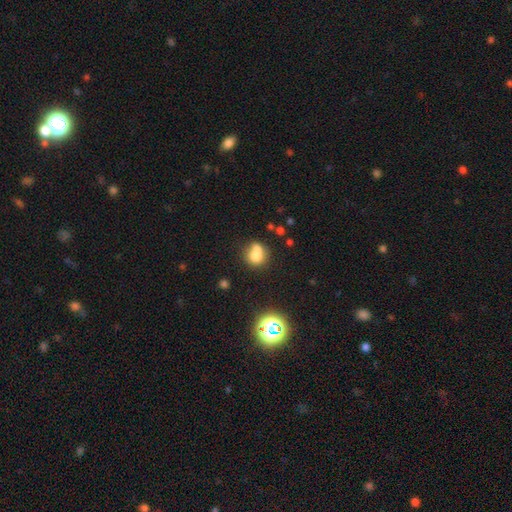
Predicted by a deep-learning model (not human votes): Morphology: type=smooth (70%); roundness=round (74%); merging=merger (43%).